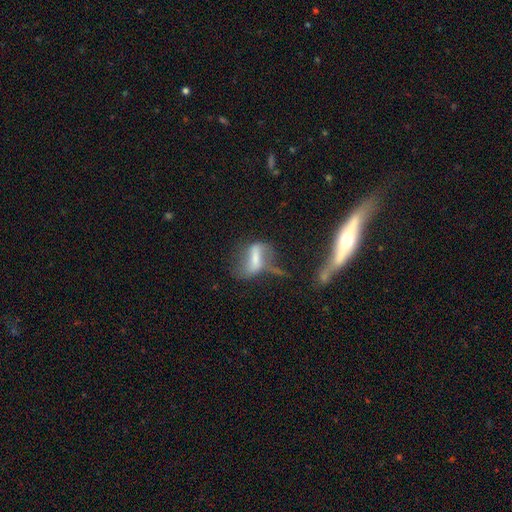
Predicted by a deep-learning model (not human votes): Smooth or featured?
  - featured or disk: 54% *
  - smooth: 34%
  - star or artifact: 12%
Edge-on disk?
  - no: 86% *
  - yes: 14%
Merging?
  - major disturbance: 34% *
  - none: 29%
  - minor disturbance: 19%
  - merger: 18%